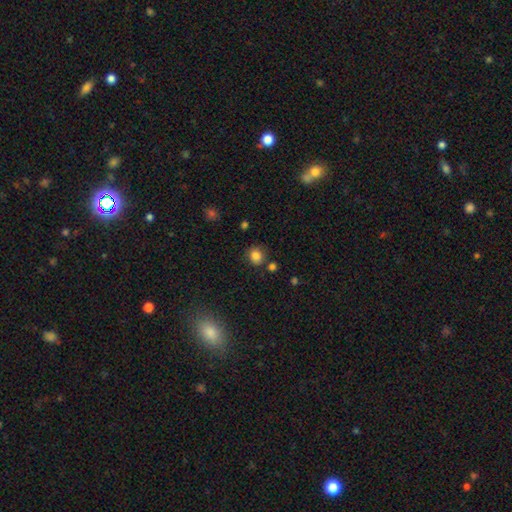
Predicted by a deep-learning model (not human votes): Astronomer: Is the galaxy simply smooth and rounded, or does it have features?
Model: smooth — 83%.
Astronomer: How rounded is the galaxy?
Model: round — 79%.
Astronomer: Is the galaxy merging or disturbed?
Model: none — 76%.